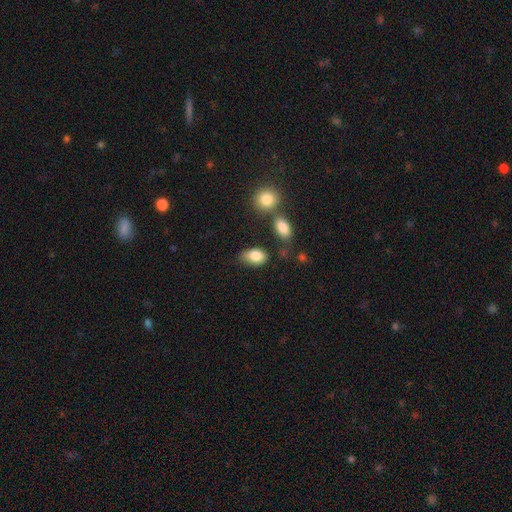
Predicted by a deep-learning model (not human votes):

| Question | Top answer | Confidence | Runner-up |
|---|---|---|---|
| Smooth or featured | smooth | 84% | featured or disk (9%) |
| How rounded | in between | 88% | round (10%) |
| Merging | none | 60% | minor disturbance (25%) |